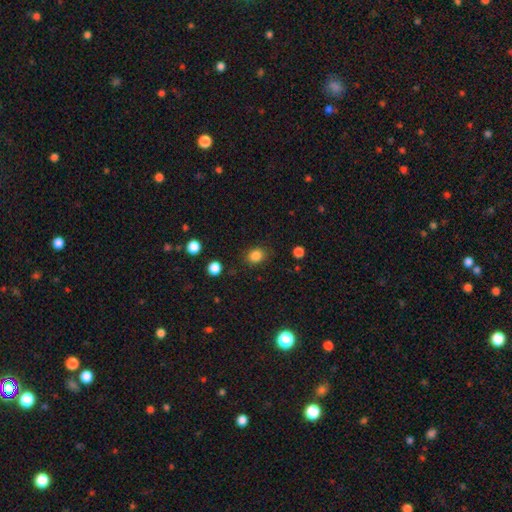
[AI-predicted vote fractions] A smooth galaxy with no disk features (84%) that is round (64%). Merging: none (84%).